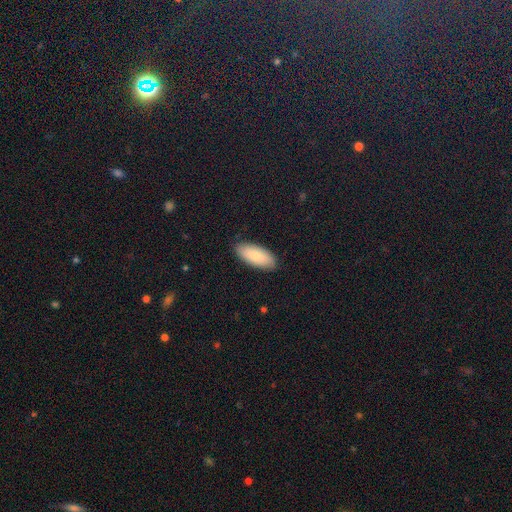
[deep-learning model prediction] A smooth galaxy with no disk features (84%) that is in between round and cigar-shaped (85%).

Vote fractions:
- Smooth or featured? smooth: 84% / featured or disk: 10% / star or artifact: 5%
- How rounded? in between: 85% / cigar-shaped: 13% / round: 2%
- Merging? none: 87% / minor disturbance: 10% / major disturbance: 2% / merger: 1%